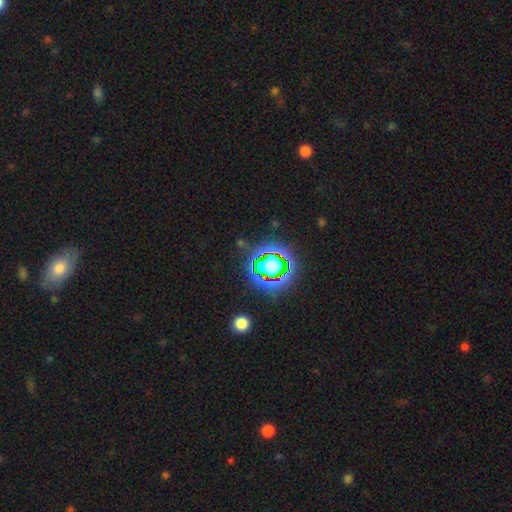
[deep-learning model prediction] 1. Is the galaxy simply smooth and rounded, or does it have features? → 78% star or artifact, 14% smooth, 8% featured or disk.